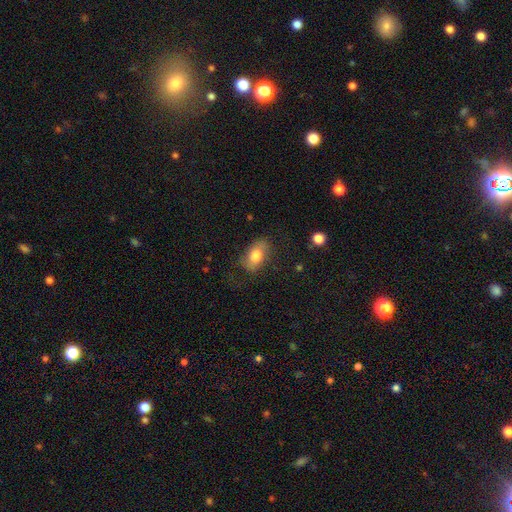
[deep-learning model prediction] smooth_or_featured: smooth (p=0.78) [alt: featured or disk p=0.15]
how_rounded: in between (p=0.90) [alt: round p=0.08]
merging: none (p=0.68) [alt: minor disturbance p=0.21]